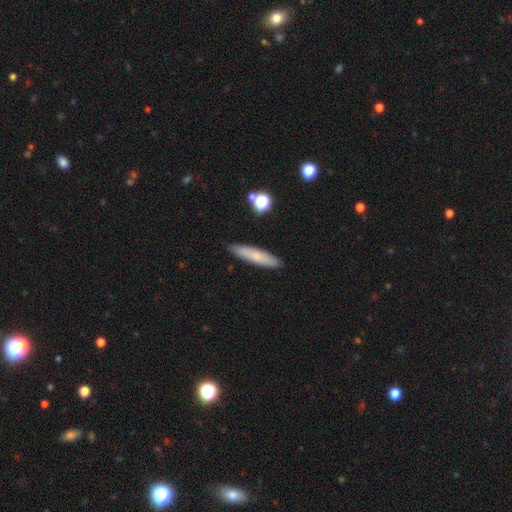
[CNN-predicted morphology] smooth 75%, featured or disk 18%, star or artifact 7%. Down the decision tree: how rounded — cigar-shaped (85%); merging — none (89%).